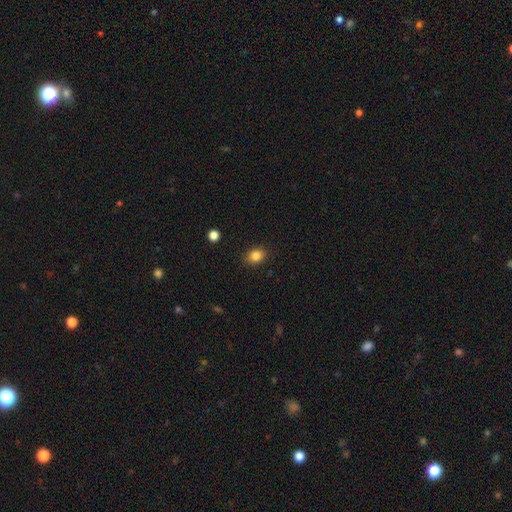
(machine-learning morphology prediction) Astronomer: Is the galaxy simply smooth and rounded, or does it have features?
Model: smooth — 85%.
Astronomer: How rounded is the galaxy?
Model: in between — 52% (runner-up: round, 47%).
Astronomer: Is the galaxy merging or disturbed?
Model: none — 87%.